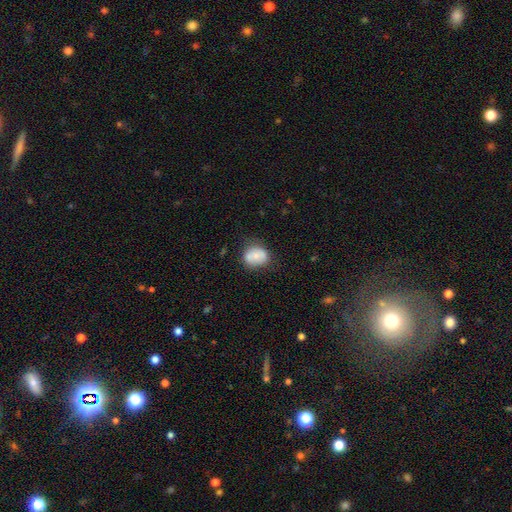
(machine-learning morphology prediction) smooth-or-featured: smooth: 75% | featured or disk: 17% | star or artifact: 8%
  how-rounded: round: 53% | in between: 46% | cigar-shaped: 1%
  merging: none: 61% | minor disturbance: 24% | merger: 8% | major disturbance: 7%